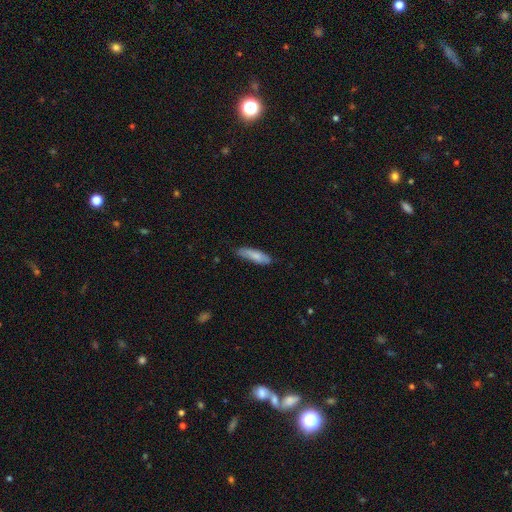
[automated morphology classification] smooth 78%, featured or disk 16%, star or artifact 6%. Down the decision tree: how rounded — cigar-shaped (64%); merging — none (74%).